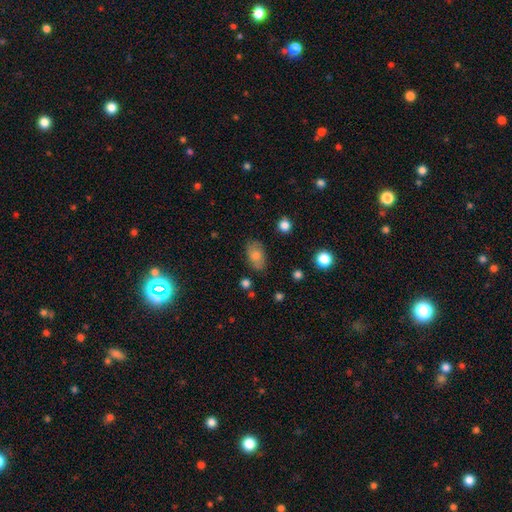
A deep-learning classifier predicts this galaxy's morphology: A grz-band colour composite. It shows a smooth galaxy with no disk features (79%) that is in between round and cigar-shaped (90%). Merging: none (80%).